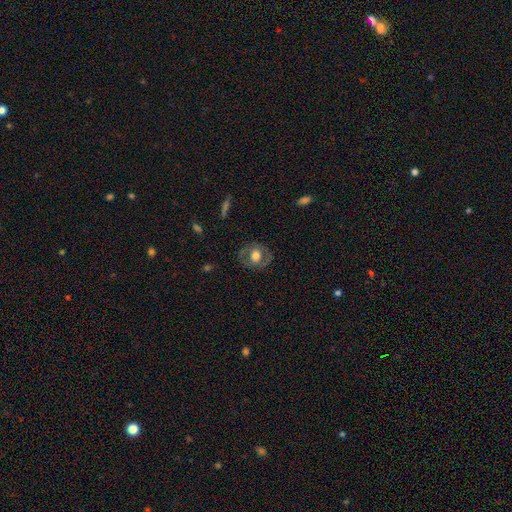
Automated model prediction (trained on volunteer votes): This is possibly a smooth galaxy (50%). Merging: likely none (78%).